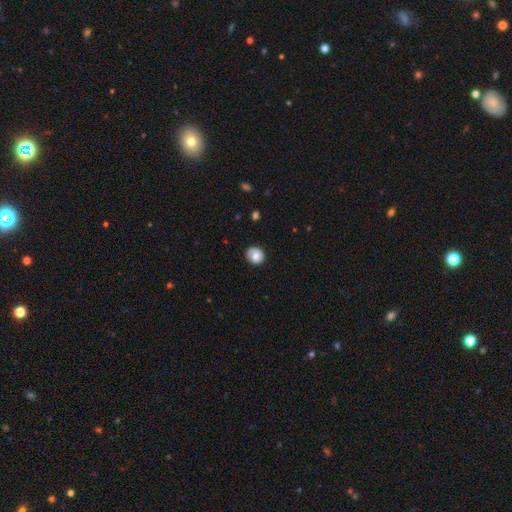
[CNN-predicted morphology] Q: Smooth or featured?
A: smooth (75%); runner-up: featured or disk (18%)
Q: How rounded?
A: round (76%); runner-up: in between (23%)
Q: Merging?
A: none (73%); runner-up: minor disturbance (21%)